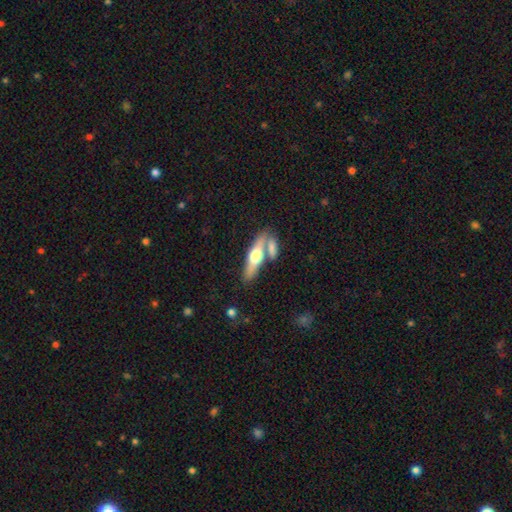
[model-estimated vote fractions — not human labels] smooth_or_featured: featured or disk (p=0.52) [alt: smooth p=0.43]
disk_edge_on: yes (p=0.89) [alt: no p=0.11]
merging: none (p=0.54) [alt: merger p=0.31]